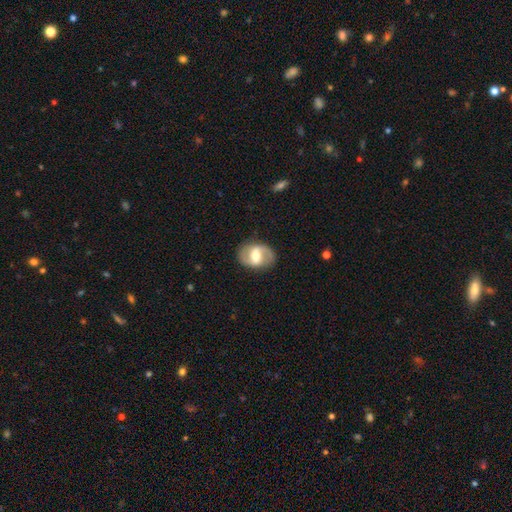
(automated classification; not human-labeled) This appears to be a featured or disk galaxy (70%) with a weak bar (43%), 2 (88%) medium (48%) spiral arms (75%) and a moderate central bulge (62%). Merging: none (83%).